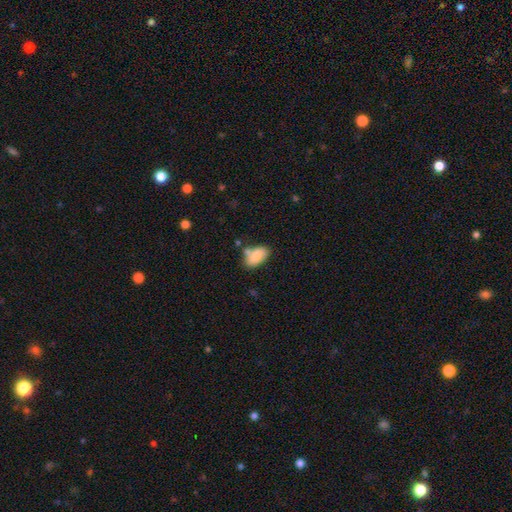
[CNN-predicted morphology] smooth-or-featured: smooth: 83% | featured or disk: 10% | star or artifact: 7%
  how-rounded: in between: 92% | round: 6% | cigar-shaped: 2%
  merging: none: 57% | minor disturbance: 21% | merger: 16% | major disturbance: 6%